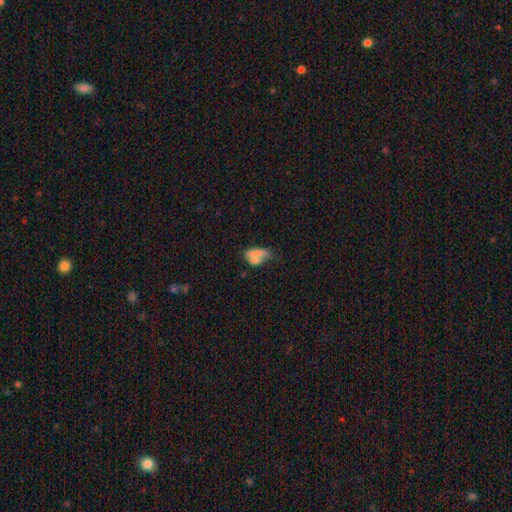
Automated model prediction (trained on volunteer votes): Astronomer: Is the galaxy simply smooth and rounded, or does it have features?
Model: smooth — 66%.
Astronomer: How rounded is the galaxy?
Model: in between — 82%.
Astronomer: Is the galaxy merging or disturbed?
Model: merger — 36% (runner-up: none, 27%).